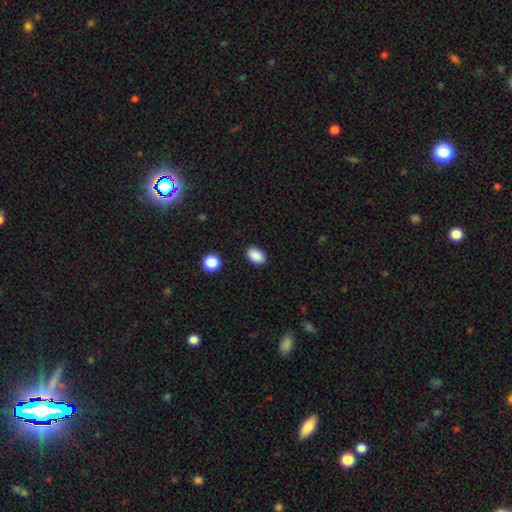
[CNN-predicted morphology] Smooth or featured?
  - smooth: 89% *
  - star or artifact: 8%
  - featured or disk: 3%
How rounded?
  - in between: 84% *
  - round: 15%
  - cigar-shaped: 1%
Merging?
  - none: 89% *
  - minor disturbance: 8%
  - major disturbance: 2%
  - merger: 1%